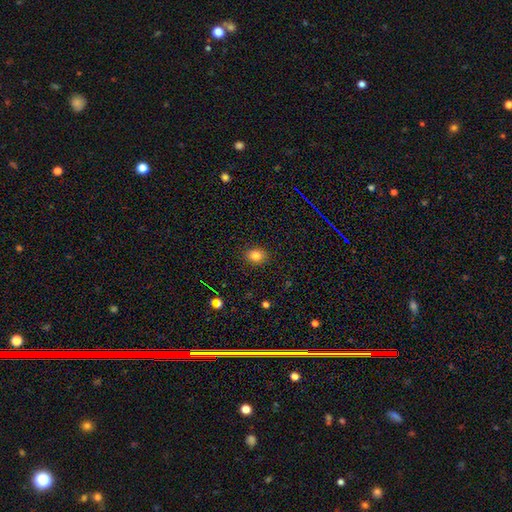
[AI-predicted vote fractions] This appears to be a smooth galaxy with no disk features (82%) that is round (53%). Merging: none (89%).